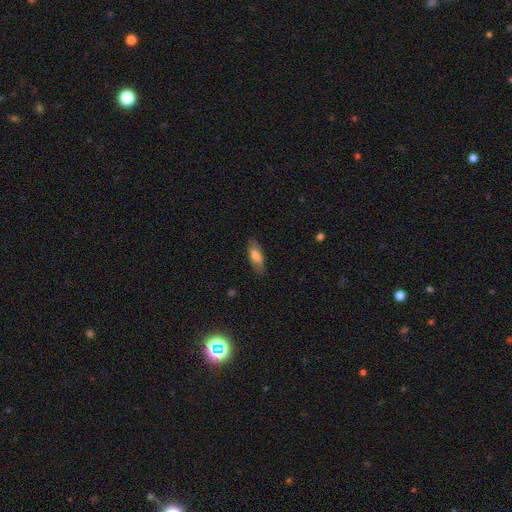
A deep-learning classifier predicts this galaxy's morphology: The model was most divided on "how rounded": in between: 68%, cigar-shaped: 29%, round: 2%. More confident: merging — none (81%); smooth or featured — smooth (69%).